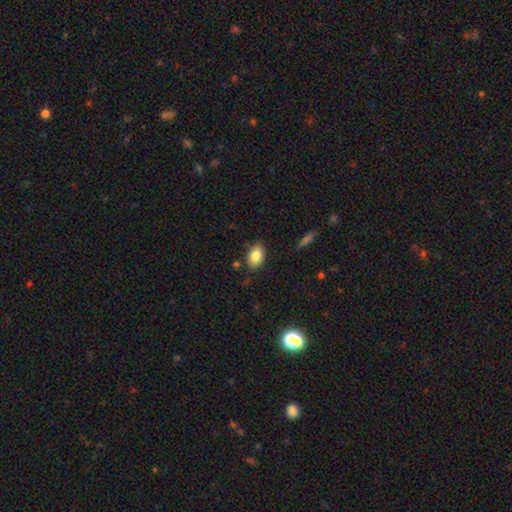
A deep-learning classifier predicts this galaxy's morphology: Smooth or featured? smooth (84%)
How rounded? in between (89%)
Merging? none (83%)